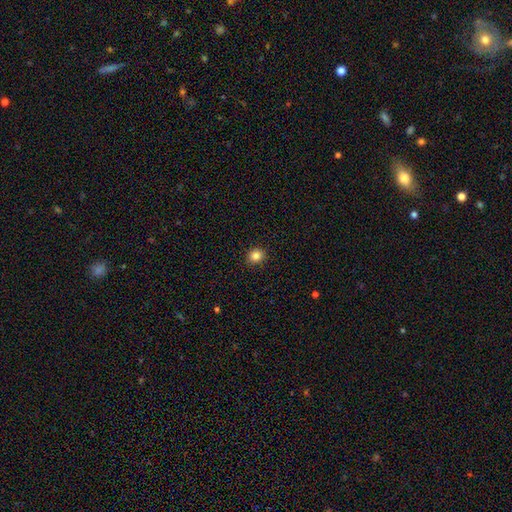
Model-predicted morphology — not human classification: A smooth galaxy with no disk features (85%) that is round (83%).

Vote fractions:
- Smooth or featured? smooth: 85% / star or artifact: 11% / featured or disk: 4%
- How rounded? round: 83% / in between: 16% / cigar-shaped: 1%
- Merging? none: 91% / minor disturbance: 6% / major disturbance: 2% / merger: 1%